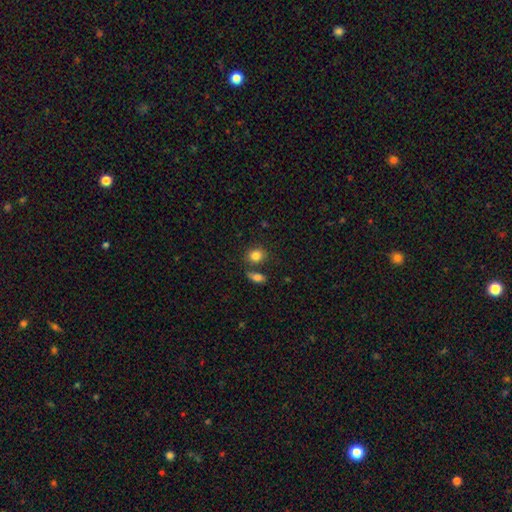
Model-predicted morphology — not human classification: A smooth galaxy with no disk features (83%) that is round (63%). Merging: none (67%).